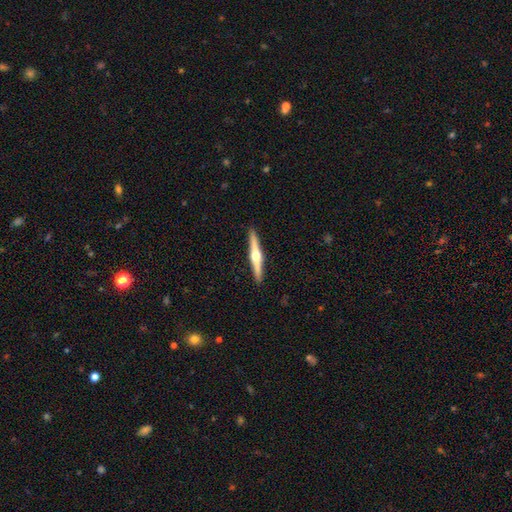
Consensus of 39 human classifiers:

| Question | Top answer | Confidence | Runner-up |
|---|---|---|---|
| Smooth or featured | featured or disk | 72% | smooth (21%) |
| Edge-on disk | yes | 93% | no (7%) |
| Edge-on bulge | rounded | 100% | — |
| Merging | none | 86% | minor disturbance (14%) |